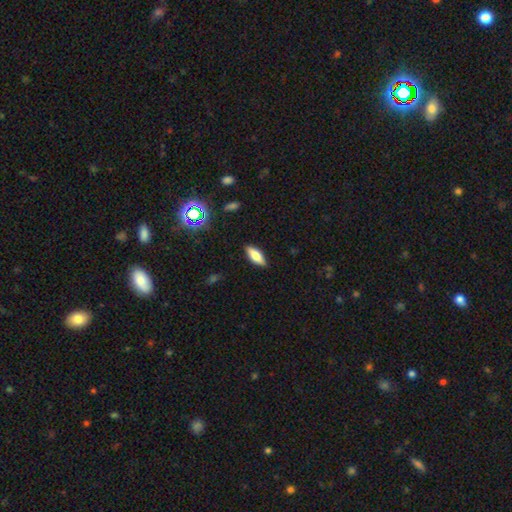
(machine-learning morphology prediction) Smooth or featured: smooth — 65% (featured or disk — 27%)
How rounded: in between — 67% (cigar-shaped — 30%)
Merging: none — 87% (minor disturbance — 10%)